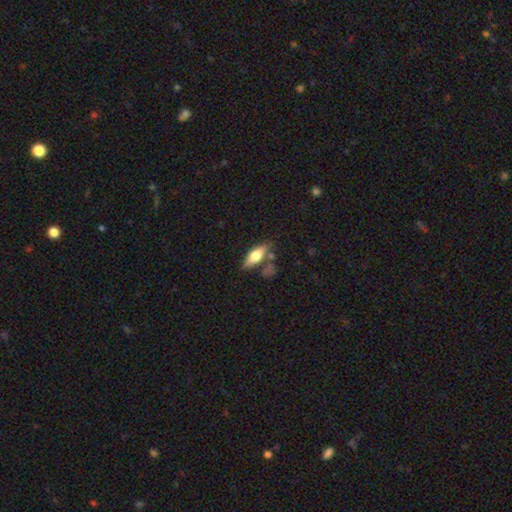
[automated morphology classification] This is possibly a smooth galaxy (54%). How rounded: possibly in between (58%). Merging: likely none (65%).